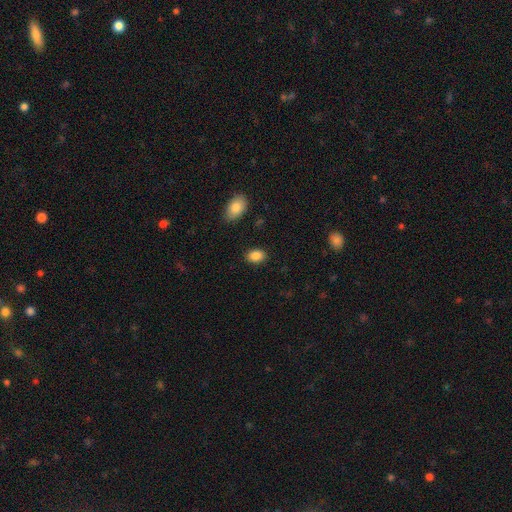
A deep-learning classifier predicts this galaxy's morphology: Smooth or featured: smooth — 87% (star or artifact — 8%)
How rounded: in between — 80% (round — 18%)
Merging: none — 87% (minor disturbance — 9%)